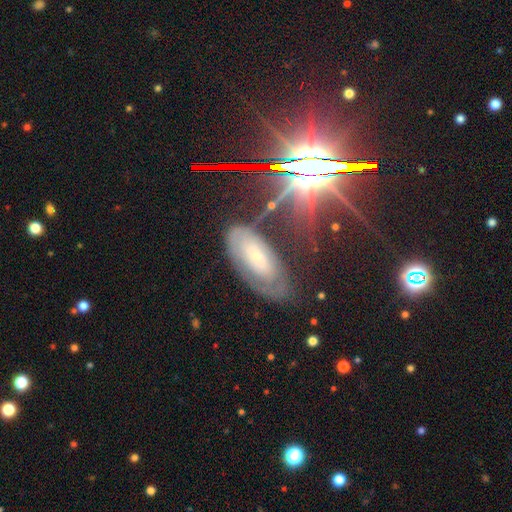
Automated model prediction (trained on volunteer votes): A featured or disk galaxy (57%).

Vote fractions:
- Smooth or featured? featured or disk: 57% / smooth: 22% / star or artifact: 21%
- Edge-on disk? no: 84% / yes: 16%
- Merging? none: 69% / minor disturbance: 20% / major disturbance: 9% / merger: 2%